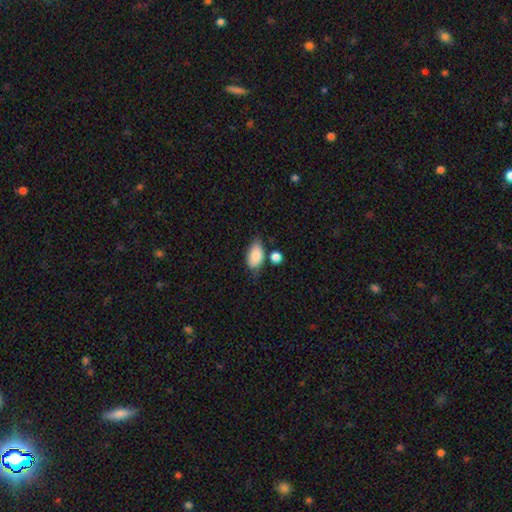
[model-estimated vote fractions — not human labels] Smooth or featured: smooth — 83% (featured or disk — 10%)
How rounded: in between — 91% (round — 7%)
Merging: none — 54% (minor disturbance — 26%)